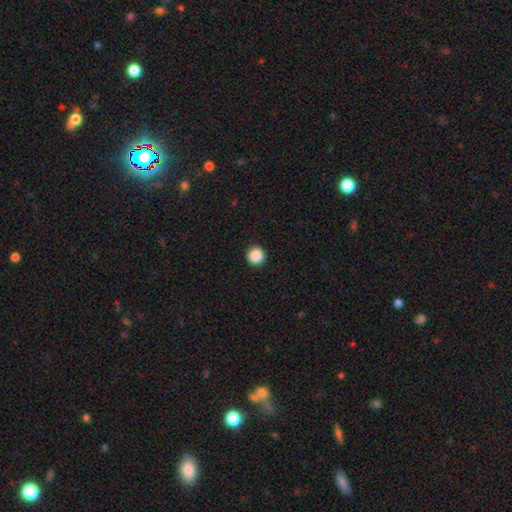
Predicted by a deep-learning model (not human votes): This is clearly a smooth galaxy (88%). How rounded: clearly round (95%). Merging: clearly none (93%).